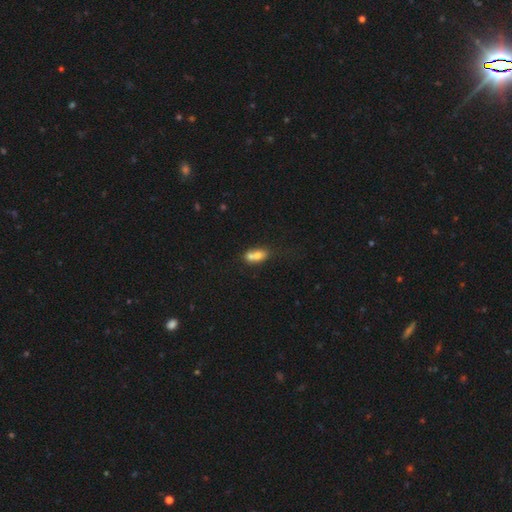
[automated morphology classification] Smooth or featured? Predicted: smooth (p=0.66). How rounded? Predicted: in between (p=0.61). Merging? Predicted: merger (p=0.65).